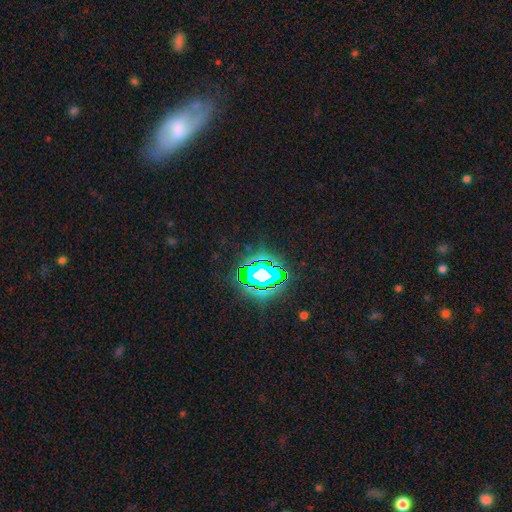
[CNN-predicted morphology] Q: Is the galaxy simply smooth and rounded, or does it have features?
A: star or artifact — 63%.